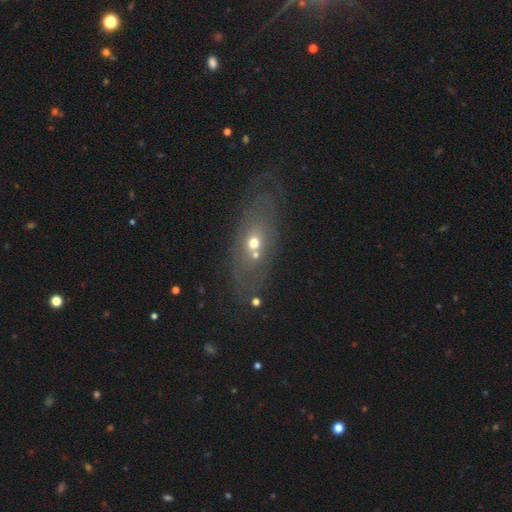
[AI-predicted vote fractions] A featured or disk galaxy (53%). Merging: none (67%).